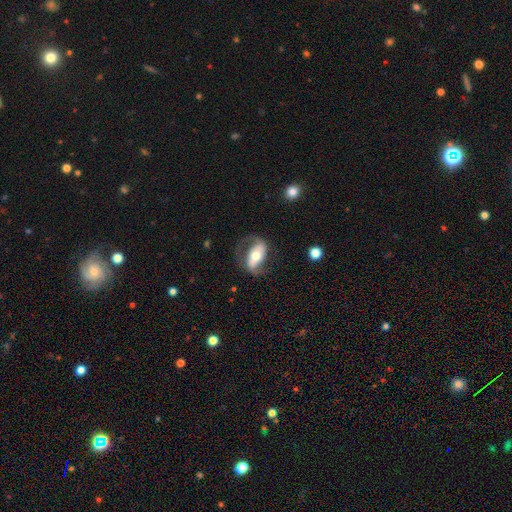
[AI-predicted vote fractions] A featured or disk galaxy (70%) with a strong bar (49%), 2 (82%) medium (42%) spiral arms (83%) and a moderate central bulge (62%). Merging: none (60%).